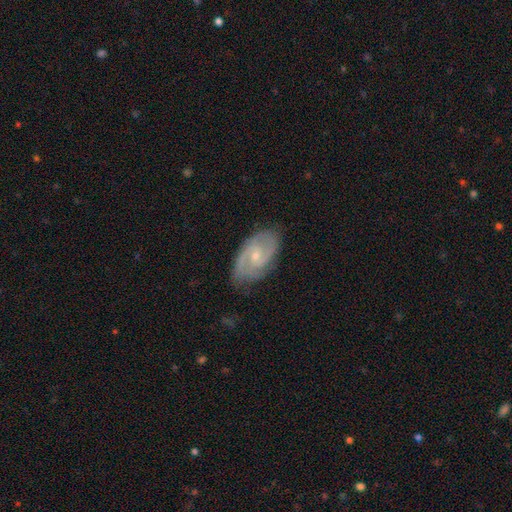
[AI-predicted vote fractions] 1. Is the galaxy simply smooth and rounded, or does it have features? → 85% featured or disk, 9% smooth, 5% star or artifact.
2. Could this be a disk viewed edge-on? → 97% no, 3% yes.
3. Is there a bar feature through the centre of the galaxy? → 46% weak, 45% no, 8% strong.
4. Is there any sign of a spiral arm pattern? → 97% yes, 3% no.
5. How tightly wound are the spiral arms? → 52% medium, 34% tight, 13% loose.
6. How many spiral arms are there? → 84% 2, 6% can't tell, 5% 3, 2% 1, 2% 4, 2% more than 4.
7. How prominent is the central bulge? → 70% small, 25% moderate, 3% none, 1% large, 1% dominant.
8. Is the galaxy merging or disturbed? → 80% none, 16% minor disturbance, 4% major disturbance, 1% merger.